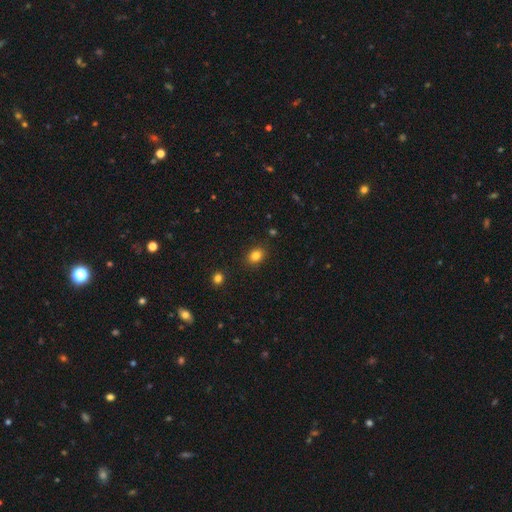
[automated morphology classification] Smooth or featured? Predicted: smooth (p=0.83). How rounded? Predicted: in between (p=0.60). Merging? Predicted: none (p=0.87).